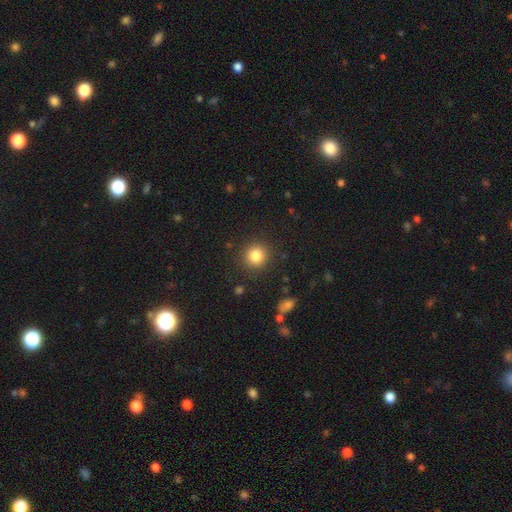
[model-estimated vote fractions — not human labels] Overall: smooth (83%). How rounded: round (92%). Merging: none (89%).